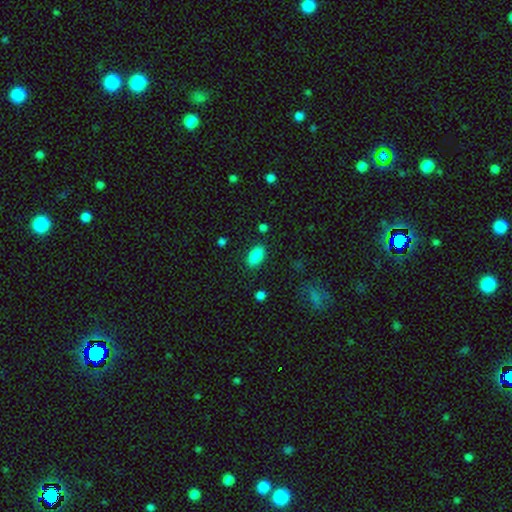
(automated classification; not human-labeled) This appears to be a smooth galaxy with no disk features (87%) that is in between round and cigar-shaped (91%). Merging: none (85%).